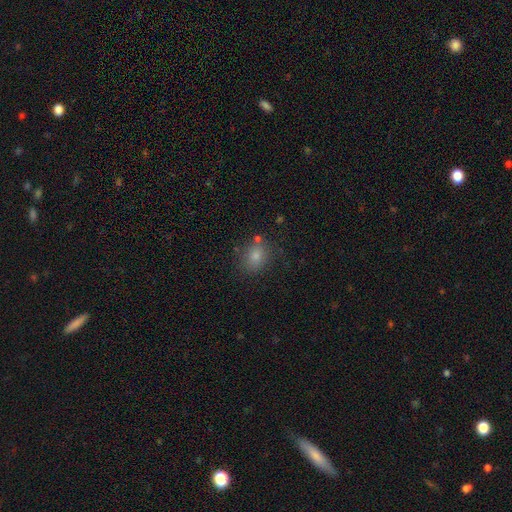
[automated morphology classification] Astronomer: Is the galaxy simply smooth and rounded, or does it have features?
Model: smooth — 74%.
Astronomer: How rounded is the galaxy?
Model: round — 56% (runner-up: in between, 43%).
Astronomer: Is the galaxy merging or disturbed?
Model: none — 77%.